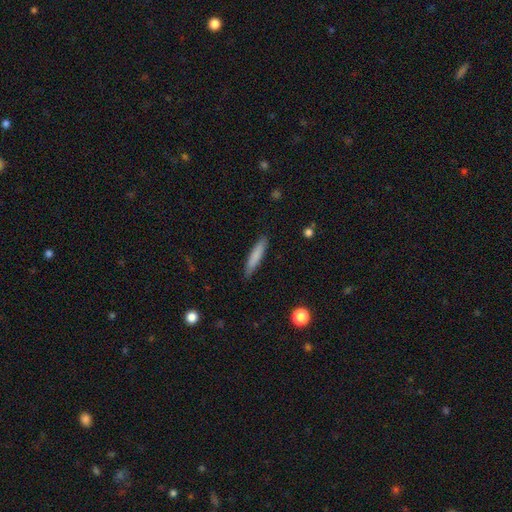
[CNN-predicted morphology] Overall: smooth (79%). How rounded: cigar-shaped (90%). Merging: none (88%).